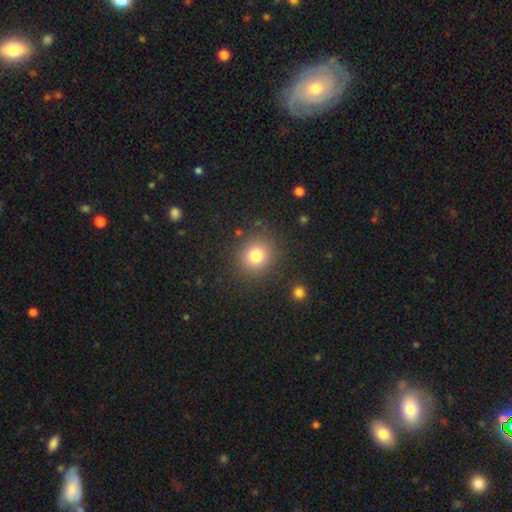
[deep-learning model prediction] Morphology: type=smooth (79%); roundness=round (88%); merging=none (88%).